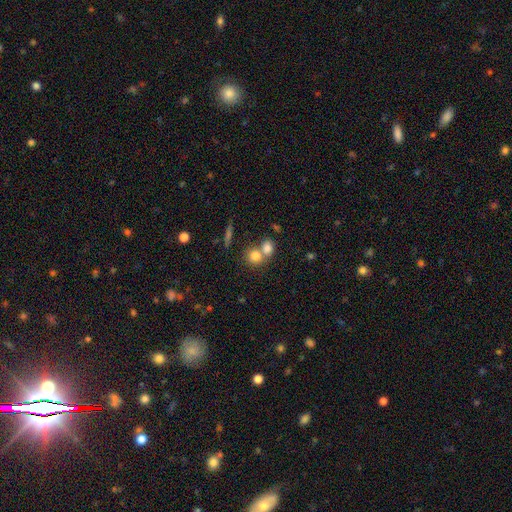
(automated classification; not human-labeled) Smooth or featured? smooth (78%)
How rounded? round (74%)
Merging? merger (48%)